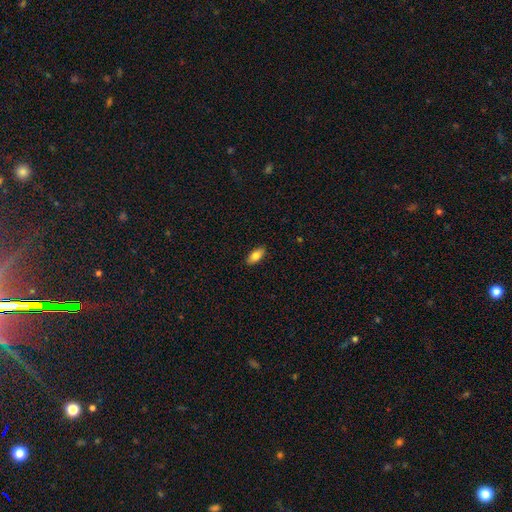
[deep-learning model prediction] Smooth or featured? Predicted: smooth (p=0.81). How rounded? Predicted: in between (p=0.89). Merging? Predicted: none (p=0.89).